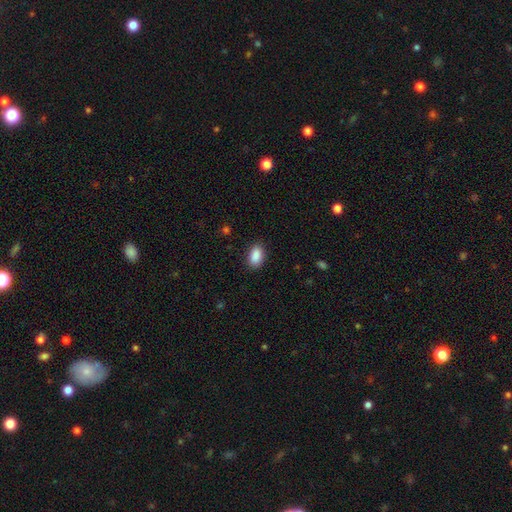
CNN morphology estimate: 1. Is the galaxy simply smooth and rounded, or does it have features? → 90% smooth, 7% star or artifact, 3% featured or disk.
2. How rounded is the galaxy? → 91% in between, 7% round, 2% cigar-shaped.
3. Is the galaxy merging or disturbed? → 87% none, 10% minor disturbance, 2% major disturbance, 1% merger.